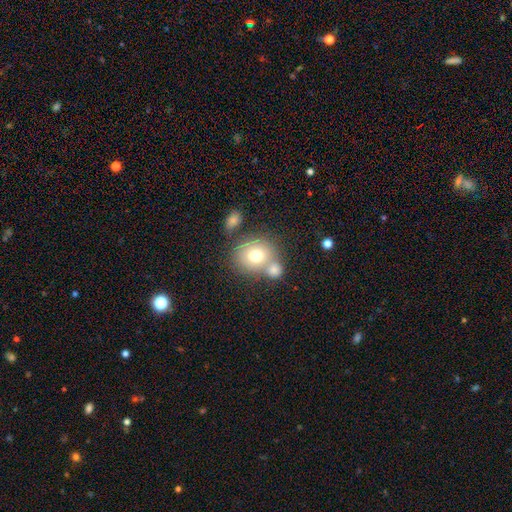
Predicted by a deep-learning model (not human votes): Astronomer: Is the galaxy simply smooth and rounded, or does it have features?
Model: smooth — 72%.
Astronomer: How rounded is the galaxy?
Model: round — 77%.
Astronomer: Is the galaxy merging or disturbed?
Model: none — 49% (runner-up: merger, 36%).